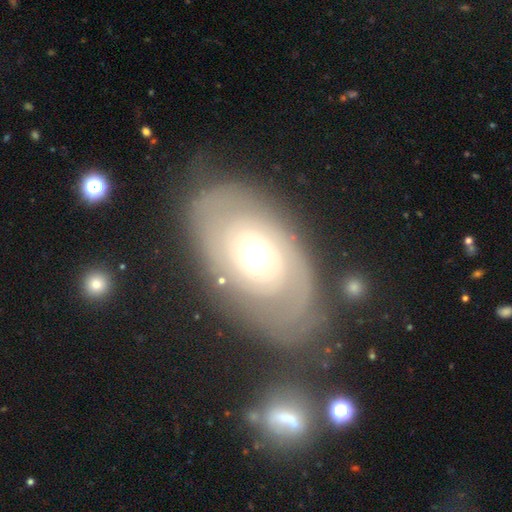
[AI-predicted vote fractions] featured or disk 76%, smooth 18%, star or artifact 6%. Down the decision tree: edge-on disk — no (95%); bar — no (85%); spiral arms — yes (76%); spiral arm count — 2 (41%); spiral winding — tight (72%); bulge size — moderate (65%); merging — none (67%).